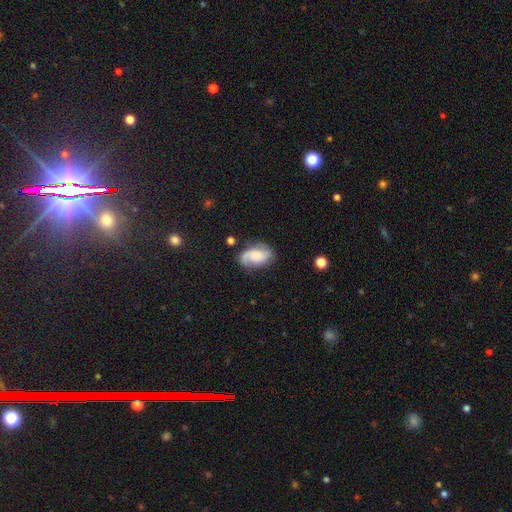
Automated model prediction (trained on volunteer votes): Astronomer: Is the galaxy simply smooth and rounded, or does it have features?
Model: featured or disk — 57% (runner-up: smooth, 35%).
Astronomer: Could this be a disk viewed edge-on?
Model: no — 97%.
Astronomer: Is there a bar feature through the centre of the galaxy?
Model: no — 66%.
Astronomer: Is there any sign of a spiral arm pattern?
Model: yes — 91%.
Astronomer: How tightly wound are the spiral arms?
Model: medium — 41% (runner-up: loose, 32%).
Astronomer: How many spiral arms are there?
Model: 2 — 60%.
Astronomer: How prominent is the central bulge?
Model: none — 32% (runner-up: small, 22%).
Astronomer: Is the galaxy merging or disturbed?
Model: none — 63%.